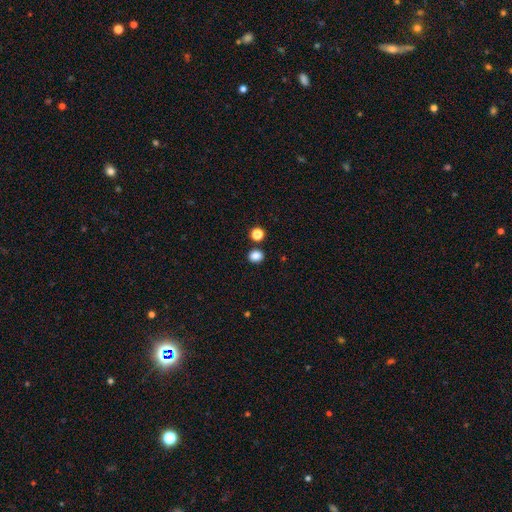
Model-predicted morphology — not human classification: Q: Smooth or featured?
A: smooth (85%); runner-up: star or artifact (12%)
Q: How rounded?
A: round (61%); runner-up: in between (38%)
Q: Merging?
A: none (84%); runner-up: minor disturbance (8%)